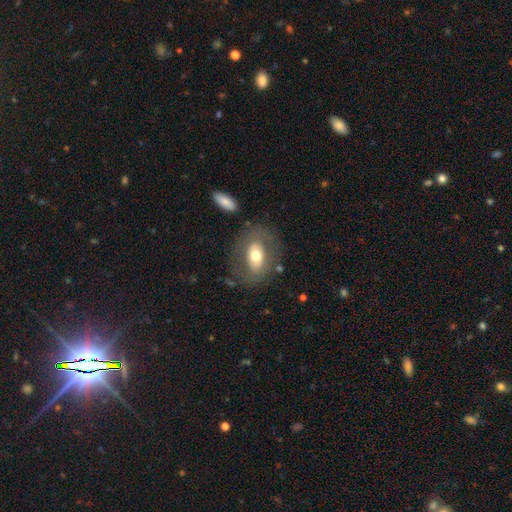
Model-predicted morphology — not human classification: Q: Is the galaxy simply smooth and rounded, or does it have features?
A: smooth — 52%.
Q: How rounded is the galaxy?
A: in between — 77%.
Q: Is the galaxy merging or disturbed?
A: none — 72%.